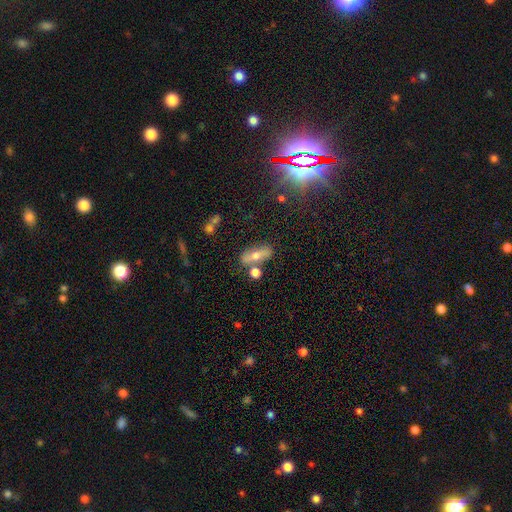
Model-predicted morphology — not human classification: Smooth or featured? Predicted: smooth (p=0.46). Merging? Predicted: none (p=0.71).